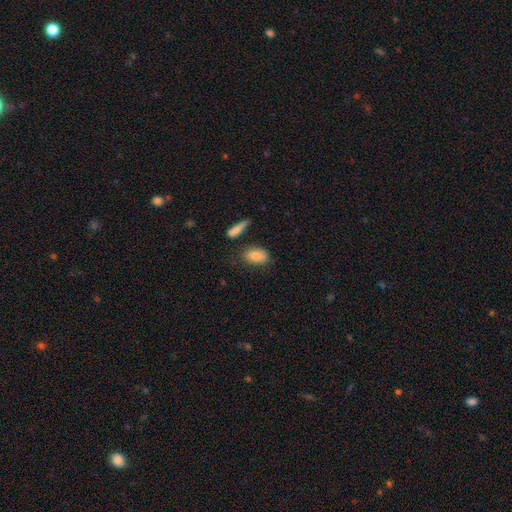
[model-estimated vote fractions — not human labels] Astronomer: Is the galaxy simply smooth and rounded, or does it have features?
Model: smooth — 82%.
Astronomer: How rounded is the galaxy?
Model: in between — 88%.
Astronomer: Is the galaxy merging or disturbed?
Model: none — 68%.